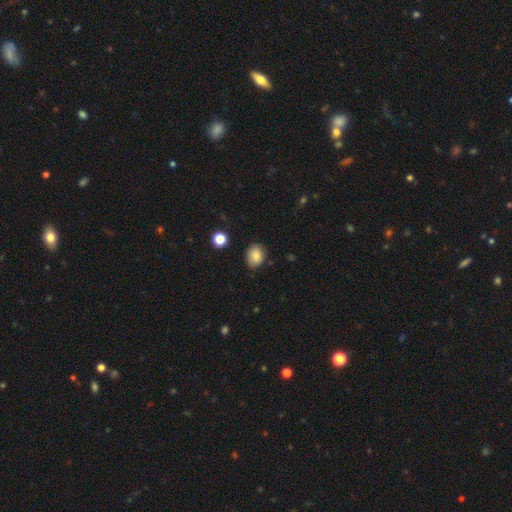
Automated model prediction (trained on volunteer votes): Smooth or featured? smooth (83%)
How rounded? in between (60%)
Merging? none (82%)